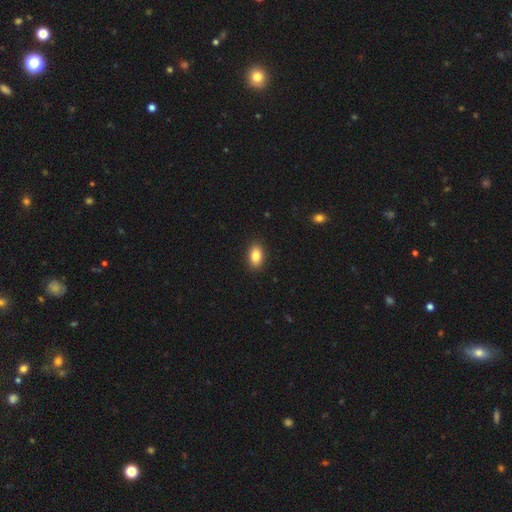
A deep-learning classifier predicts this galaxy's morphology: type=smooth (86%); roundness=in between (90%); merging=none (90%).